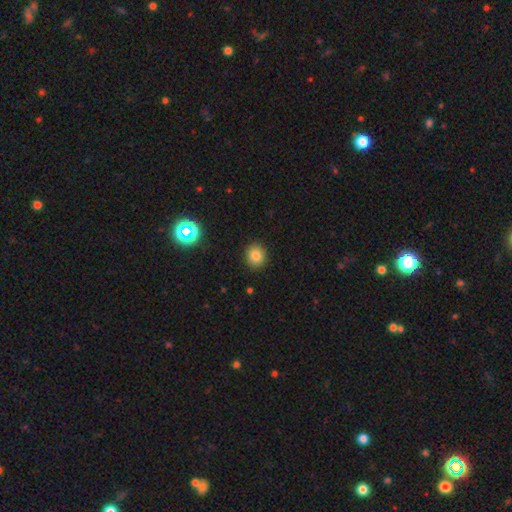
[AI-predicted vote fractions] The model was most divided on "how rounded": round: 80%, in between: 19%, cigar-shaped: 1%. More confident: merging — none (91%); smooth or featured — smooth (80%).